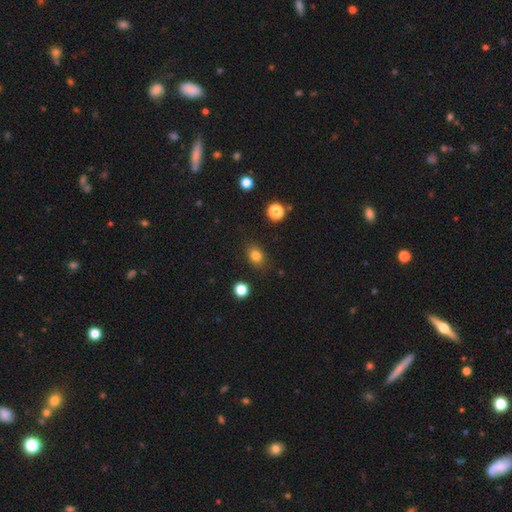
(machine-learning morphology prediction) Q: Smooth or featured?
A: smooth (81%); runner-up: star or artifact (13%)
Q: How rounded?
A: in between (54%); runner-up: round (44%)
Q: Merging?
A: none (85%); runner-up: minor disturbance (11%)